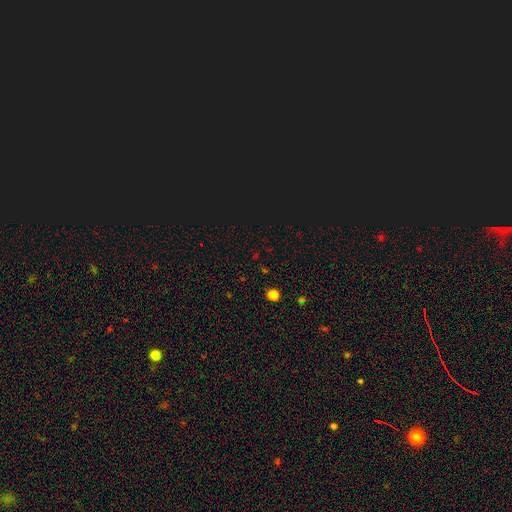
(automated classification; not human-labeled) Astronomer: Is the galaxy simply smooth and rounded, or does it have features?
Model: star or artifact — 60%.